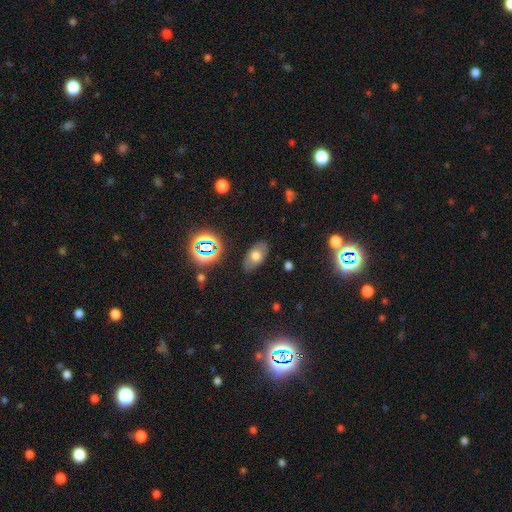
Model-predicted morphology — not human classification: smooth-or-featured: smooth: 61% | featured or disk: 23% | star or artifact: 16%
  how-rounded: in between: 91% | round: 7% | cigar-shaped: 2%
  merging: none: 82% | minor disturbance: 13% | major disturbance: 4% | merger: 2%